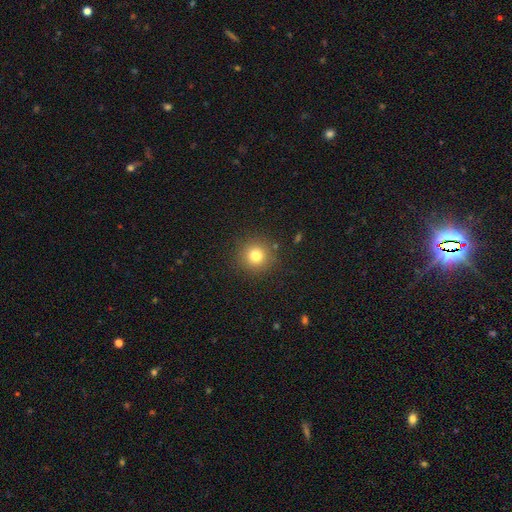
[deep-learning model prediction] Smooth or featured? smooth (78%)
How rounded? round (94%)
Merging? none (89%)